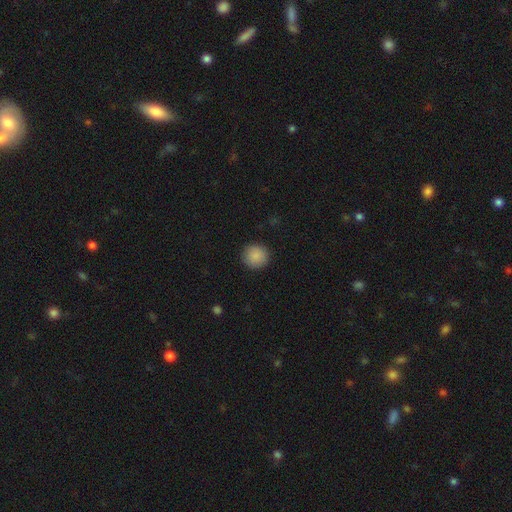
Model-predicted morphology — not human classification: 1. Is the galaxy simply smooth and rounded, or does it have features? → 89% smooth, 8% star or artifact, 3% featured or disk.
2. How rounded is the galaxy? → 93% round, 7% in between, 1% cigar-shaped.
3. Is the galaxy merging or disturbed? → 91% none, 6% minor disturbance, 2% major disturbance, 1% merger.